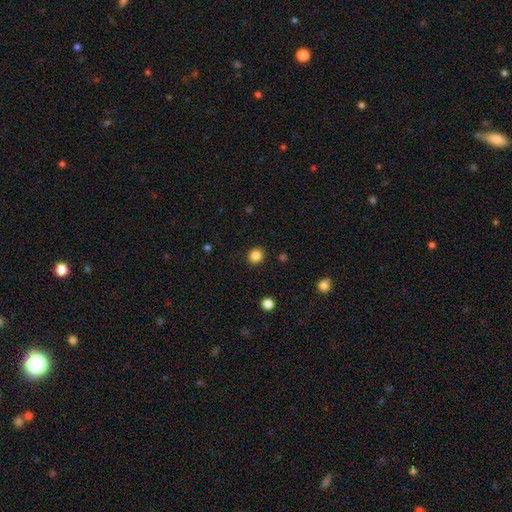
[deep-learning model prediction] smooth-or-featured: smooth: 85% | star or artifact: 12% | featured or disk: 4%
  how-rounded: round: 86% | in between: 13% | cigar-shaped: 1%
  merging: none: 91% | minor disturbance: 6% | major disturbance: 2% | merger: 1%